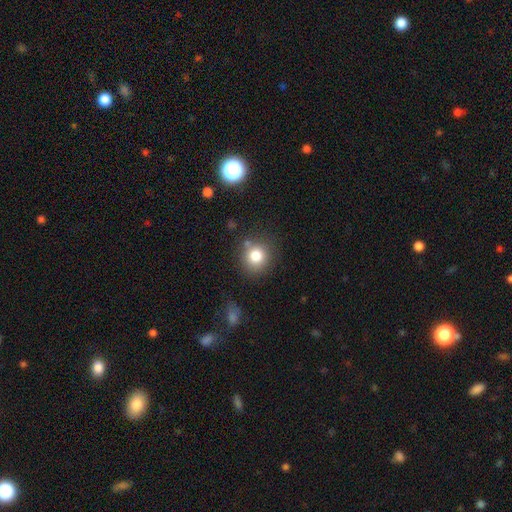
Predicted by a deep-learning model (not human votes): This appears to be a smooth galaxy with no disk features (80%) that is round (88%). Merging: none (79%).